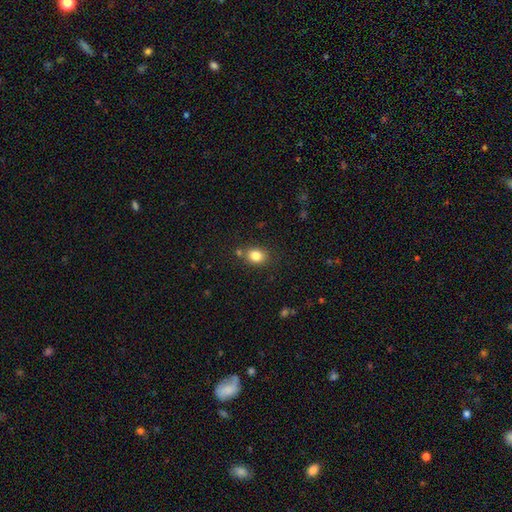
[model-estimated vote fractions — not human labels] This is clearly a smooth galaxy (83%). How rounded: possibly round (55%). Merging: likely none (78%).